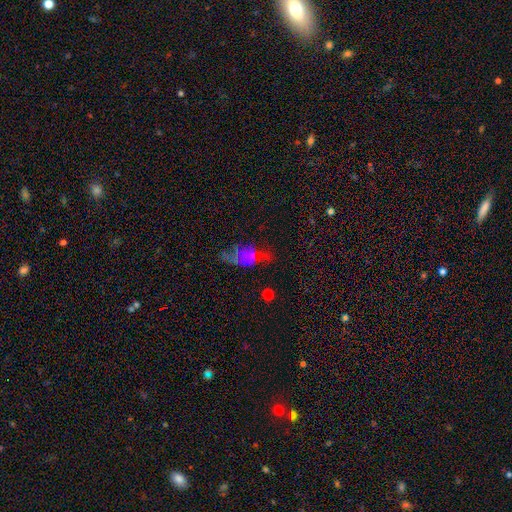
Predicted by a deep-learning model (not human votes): This is marginally a featured or disk galaxy (38%, tied with smooth). Merging: marginally none (39%).